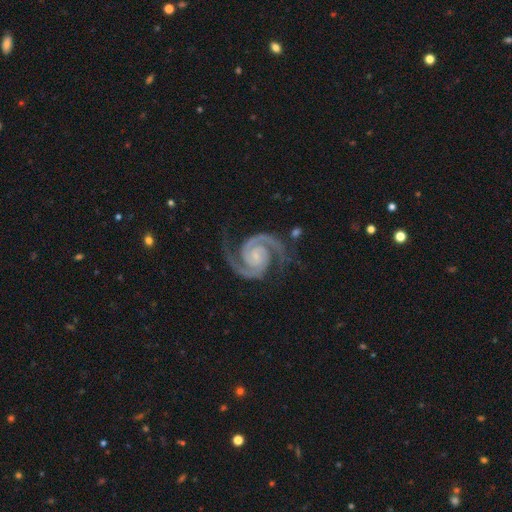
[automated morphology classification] This appears to be a featured or disk galaxy (95%) with no bar (58%), 2 (94%) tight (50%) spiral arms (99%) and a small central bulge (58%). Merging: none (78%).